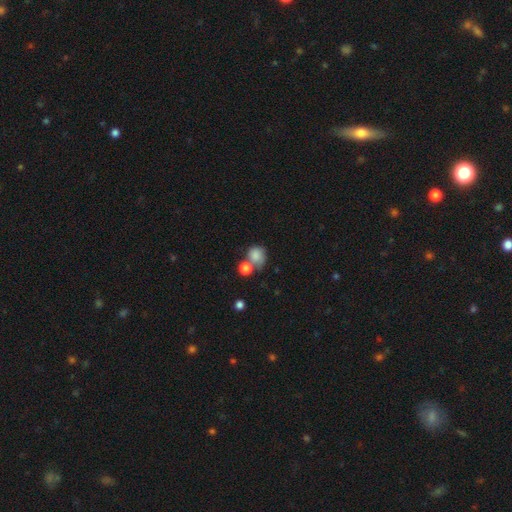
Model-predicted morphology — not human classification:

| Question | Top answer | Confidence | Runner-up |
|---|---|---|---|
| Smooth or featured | smooth | 82% | star or artifact (9%) |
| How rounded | round | 77% | in between (22%) |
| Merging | merger | 40% | none (38%) |